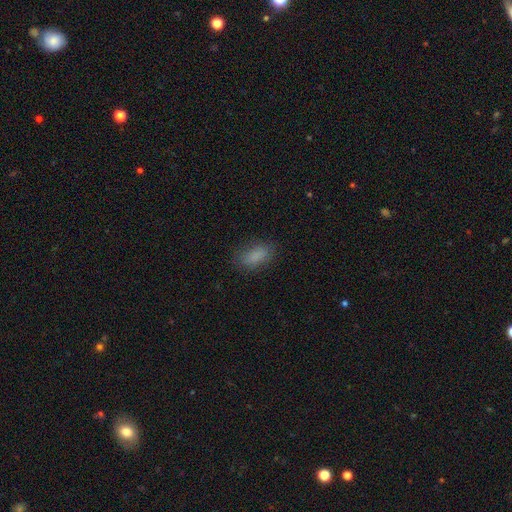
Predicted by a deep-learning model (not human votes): smooth 85%, star or artifact 9%, featured or disk 6%. Down the decision tree: how rounded — in between (87%); merging — none (80%).